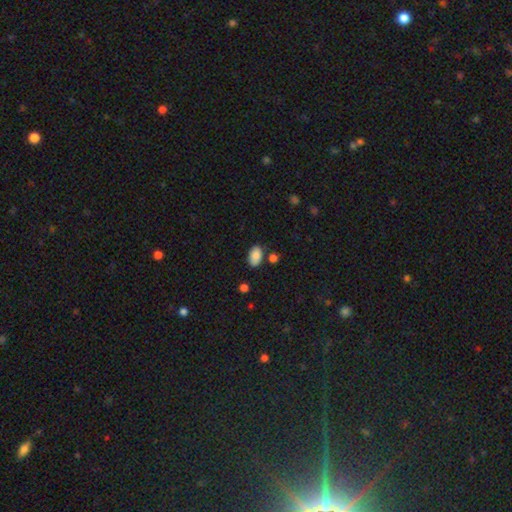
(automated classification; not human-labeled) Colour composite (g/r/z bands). It shows a smooth galaxy with no disk features (87%) that is in between round and cigar-shaped (92%). Merging: none (77%).